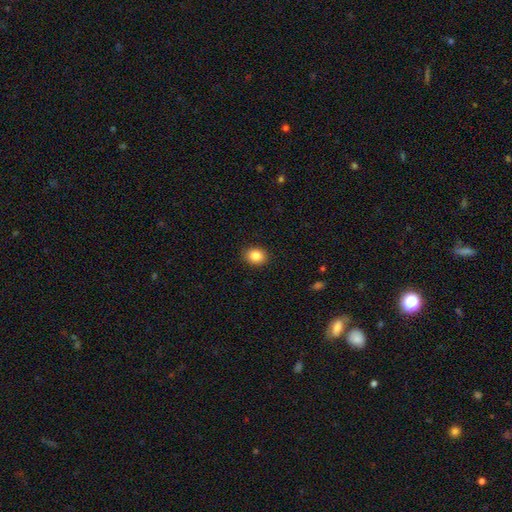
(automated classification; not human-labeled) Q: Smooth or featured?
A: smooth (85%); runner-up: star or artifact (10%)
Q: How rounded?
A: round (59%); runner-up: in between (40%)
Q: Merging?
A: none (90%); runner-up: minor disturbance (7%)